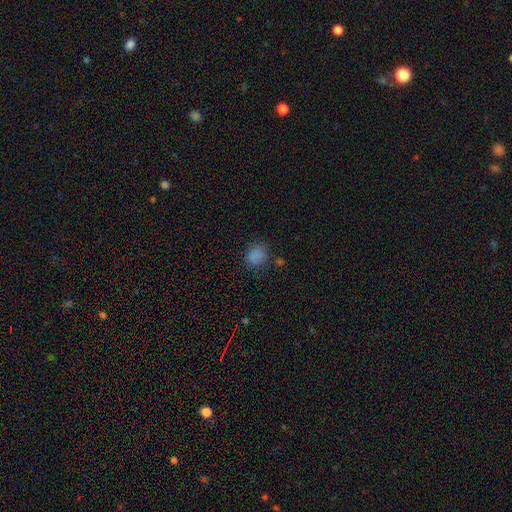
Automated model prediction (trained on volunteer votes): This is clearly a smooth galaxy (81%). How rounded: likely round (72%). Merging: likely none (78%).